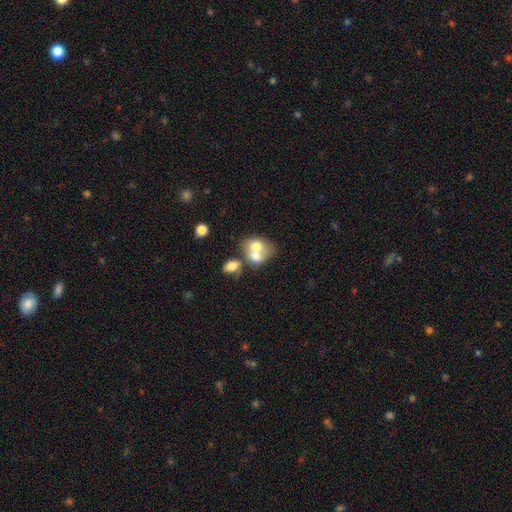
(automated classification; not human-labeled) Overall: smooth (64%; featured or disk 27%). How rounded: round (51%; in between 49%). Merging: merger (71%).